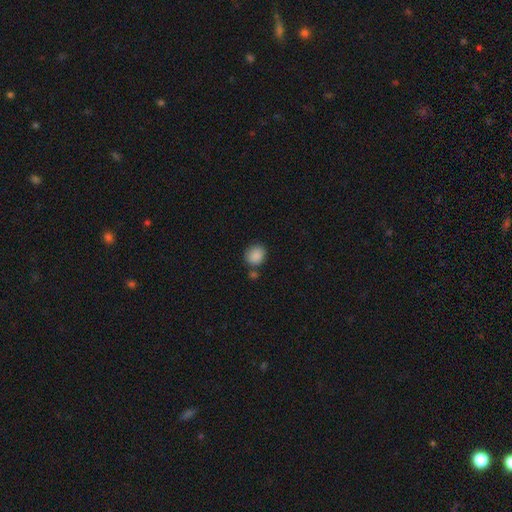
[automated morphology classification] Smooth or featured: smooth — 88% (star or artifact — 8%)
How rounded: round — 76% (in between — 23%)
Merging: none — 70% (minor disturbance — 15%)